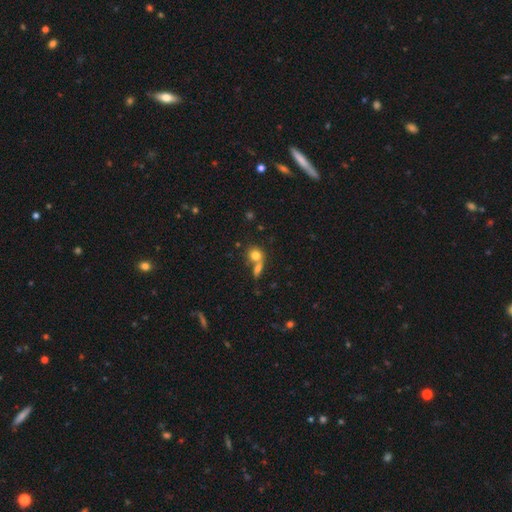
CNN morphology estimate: A smooth galaxy with no disk features (77%) that is round (74%).

Vote fractions:
- Smooth or featured? smooth: 77% / featured or disk: 12% / star or artifact: 10%
- How rounded? round: 74% / in between: 24% / cigar-shaped: 2%
- Merging? merger: 47% / none: 39% / minor disturbance: 9% / major disturbance: 6%